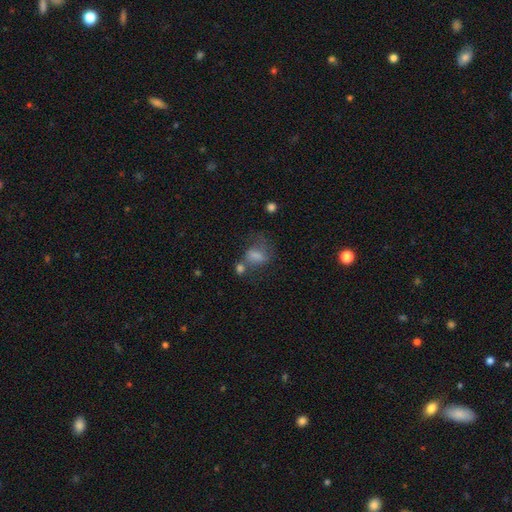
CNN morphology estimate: Smooth or featured? smooth (62%)
How rounded? in between (70%)
Merging? none (32%)